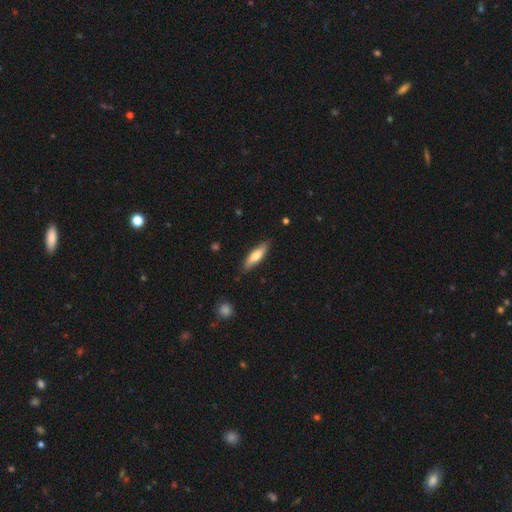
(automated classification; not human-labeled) smooth-or-featured: smooth: 66% | featured or disk: 29% | star or artifact: 6%
  how-rounded: cigar-shaped: 65% | in between: 33% | round: 2%
  merging: none: 86% | minor disturbance: 11% | major disturbance: 2% | merger: 1%